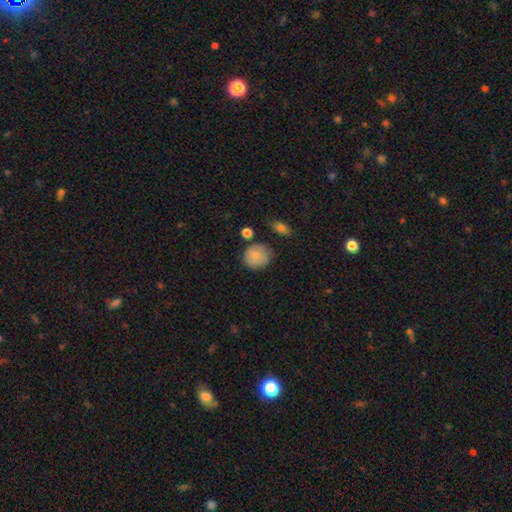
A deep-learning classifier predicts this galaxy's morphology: Smooth or featured? smooth (82%)
How rounded? round (84%)
Merging? none (72%)